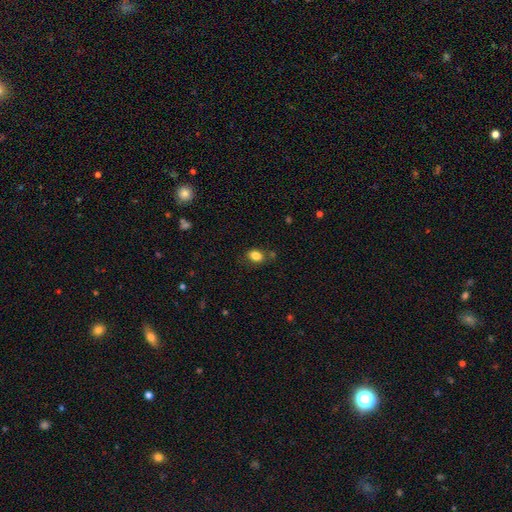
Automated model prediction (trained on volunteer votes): Morphology: type=smooth (84%); roundness=in between (75%); merging=none (75%).